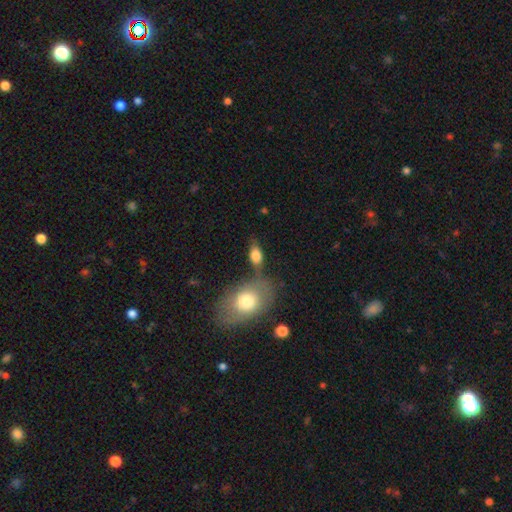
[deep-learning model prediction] The model was most divided on "merging": none: 56%, merger: 20%, minor disturbance: 17%, major disturbance: 7%. More confident: how rounded — in between (85%); smooth or featured — smooth (75%).